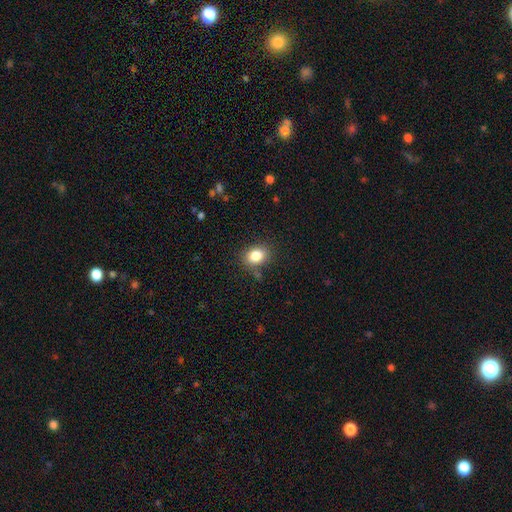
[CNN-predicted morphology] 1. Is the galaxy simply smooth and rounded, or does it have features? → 83% smooth, 10% star or artifact, 7% featured or disk.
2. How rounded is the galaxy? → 60% in between, 39% round, 1% cigar-shaped.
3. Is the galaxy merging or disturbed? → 80% none, 13% minor disturbance, 4% major disturbance, 3% merger.